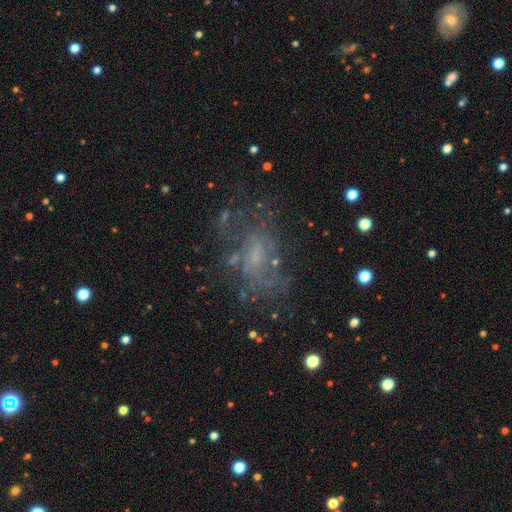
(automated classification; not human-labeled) Smooth or featured? Predicted: featured or disk (p=0.56). Edge-on disk? Predicted: no (p=0.95). Bar? Predicted: no (p=0.60). Spiral arms? Predicted: no (p=0.60). Bulge size? Predicted: none (p=0.44). Merging? Predicted: none (p=0.50).